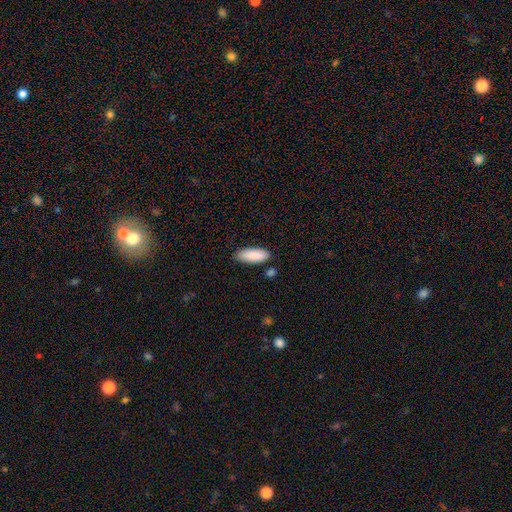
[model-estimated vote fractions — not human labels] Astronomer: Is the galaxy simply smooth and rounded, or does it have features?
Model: smooth — 89%.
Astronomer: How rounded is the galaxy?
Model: in between — 69%.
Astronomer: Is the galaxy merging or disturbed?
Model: none — 82%.